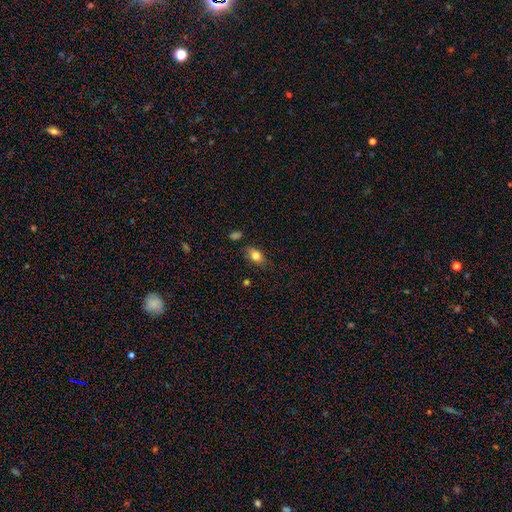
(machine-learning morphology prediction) A smooth galaxy with no disk features (81%) that is in between round and cigar-shaped (80%). Merging: none (76%).